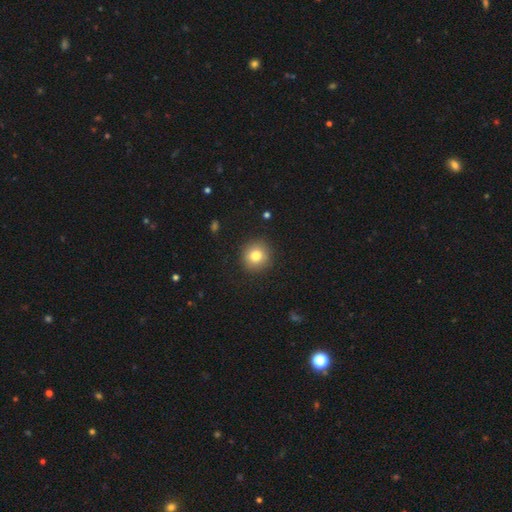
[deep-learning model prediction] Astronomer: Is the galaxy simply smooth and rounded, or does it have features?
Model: smooth — 80%.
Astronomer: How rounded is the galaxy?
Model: round — 93%.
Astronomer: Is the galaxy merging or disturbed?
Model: none — 90%.